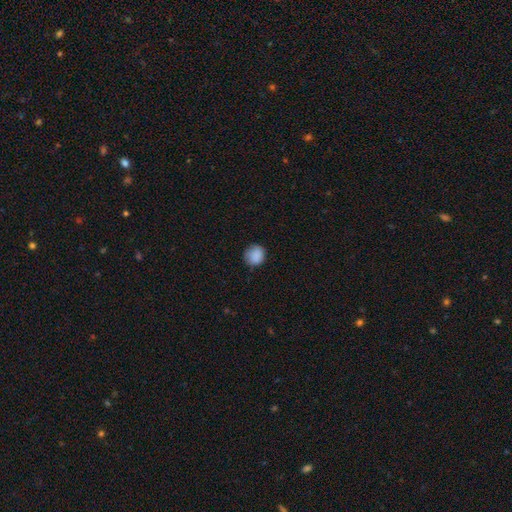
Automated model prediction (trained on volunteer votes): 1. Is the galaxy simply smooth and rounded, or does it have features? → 88% smooth, 8% star or artifact, 4% featured or disk.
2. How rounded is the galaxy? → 83% round, 16% in between, 1% cigar-shaped.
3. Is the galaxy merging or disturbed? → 78% none, 18% minor disturbance, 4% major disturbance, 1% merger.